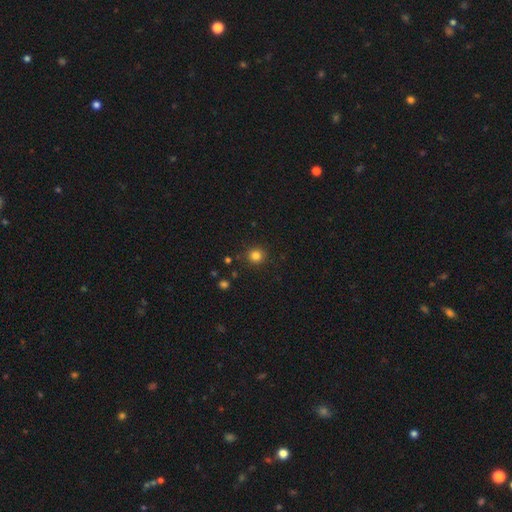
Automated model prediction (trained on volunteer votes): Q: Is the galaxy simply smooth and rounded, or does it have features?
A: smooth — 82%.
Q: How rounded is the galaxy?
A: round — 92%.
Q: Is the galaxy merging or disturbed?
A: none — 88%.